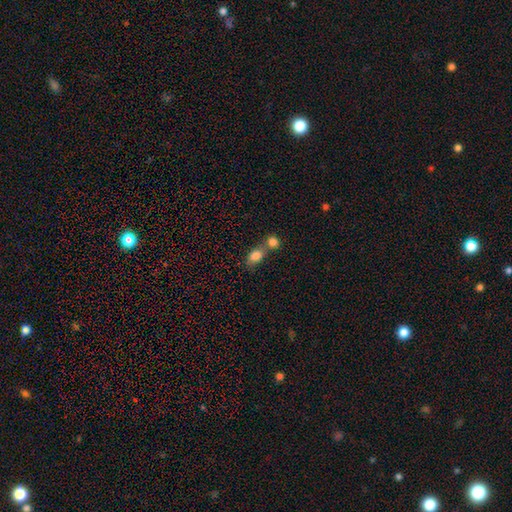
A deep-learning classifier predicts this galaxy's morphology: Smooth or featured: smooth — 83% (star or artifact — 9%)
How rounded: in between — 76% (round — 21%)
Merging: merger — 55% (none — 34%)